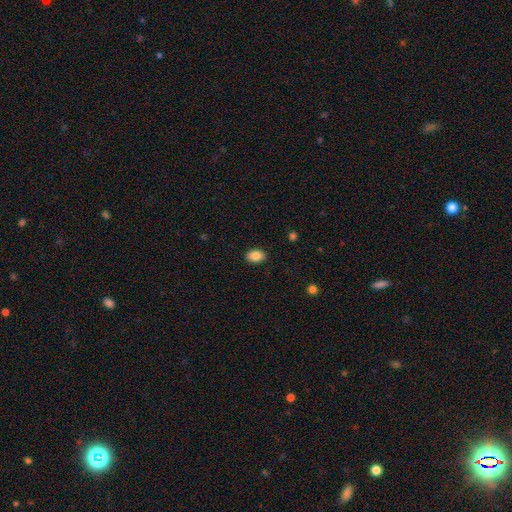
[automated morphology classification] smooth 86%, star or artifact 8%, featured or disk 6%. Down the decision tree: how rounded — in between (83%); merging — none (89%).